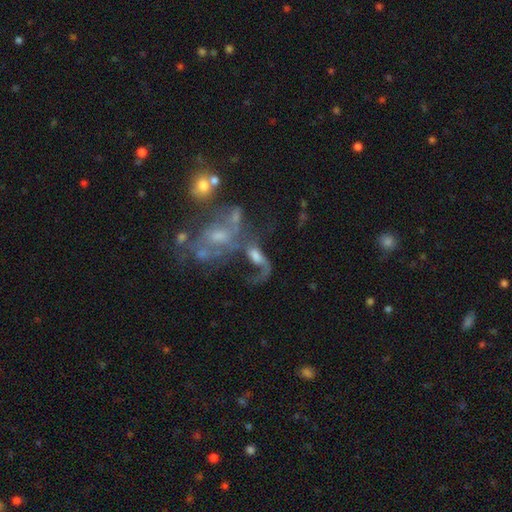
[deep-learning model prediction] A featured or disk galaxy (62%) with no bar (62%), spiral arms (67%) and a moderate central bulge (39%).

Vote fractions:
- Smooth or featured? featured or disk: 62% / smooth: 24% / star or artifact: 14%
- Edge-on disk? no: 94% / yes: 6%
- Bar? no: 62% / weak: 28% / strong: 10%
- Spiral arms? yes: 67% / no: 33%
- Bulge size? moderate: 39% / small: 24% / none: 21% / large: 13% / dominant: 3%
- Merging? merger: 45% / major disturbance: 25% / none: 20% / minor disturbance: 10%